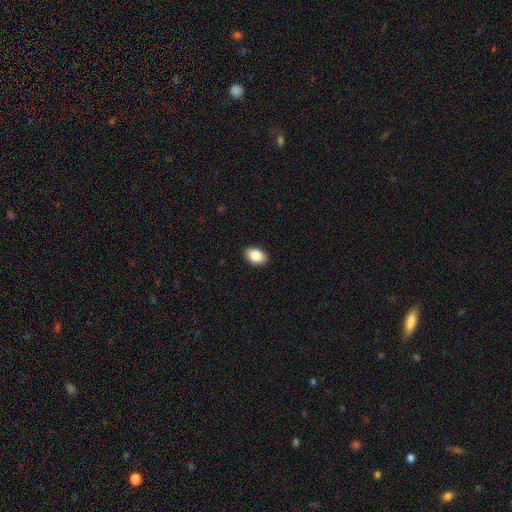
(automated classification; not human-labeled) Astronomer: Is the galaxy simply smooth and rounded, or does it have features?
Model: smooth — 88%.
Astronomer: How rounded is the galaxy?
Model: in between — 85%.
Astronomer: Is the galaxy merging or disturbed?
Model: none — 90%.